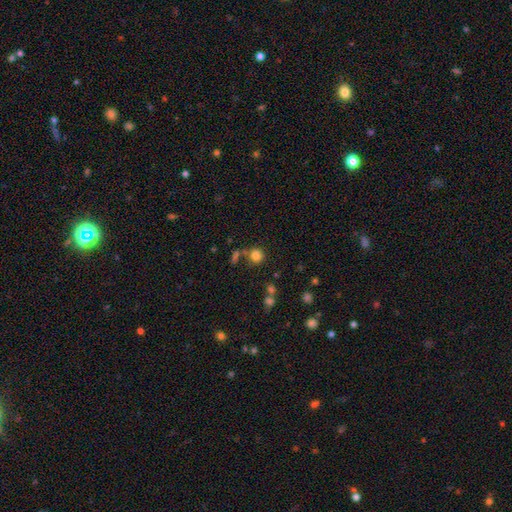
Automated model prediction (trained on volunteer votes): A smooth galaxy with no disk features (81%) that is round (90%).

Vote fractions:
- Smooth or featured? smooth: 81% / star or artifact: 13% / featured or disk: 6%
- How rounded? round: 90% / in between: 9% / cigar-shaped: 1%
- Merging? none: 69% / merger: 15% / minor disturbance: 10% / major disturbance: 5%